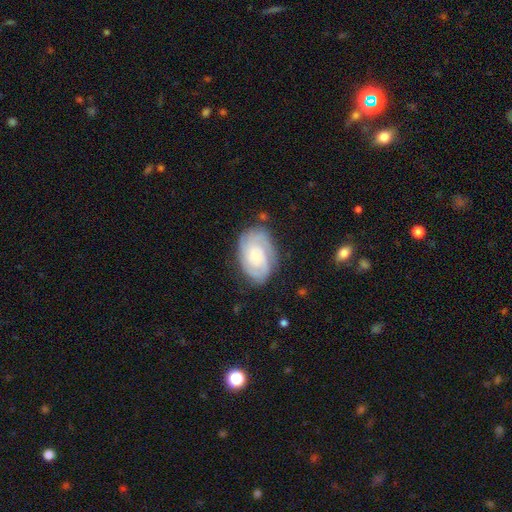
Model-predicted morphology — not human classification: This is likely a featured or disk galaxy (78%). It is clearly not viewed edge-on (97%). Bar: likely no (73%). Spiral arm pattern: clearly yes (95%). Spiral arm count: marginally can't tell (30%). Spiral winding: likely tight (69%). Central bulge: possibly small (60%). Merging: likely none (75%).